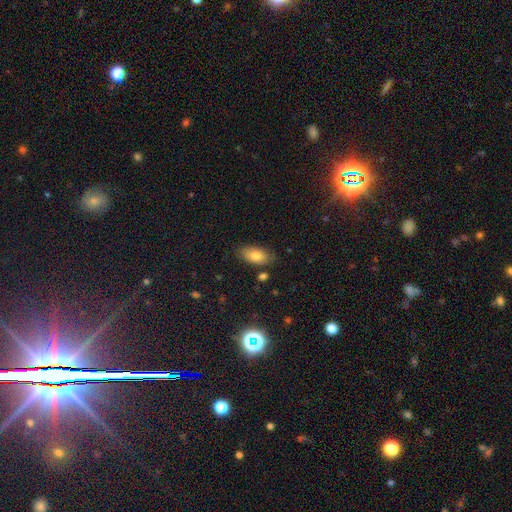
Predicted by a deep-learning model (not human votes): Morphology: type=smooth (81%); roundness=in between (92%); merging=none (80%).